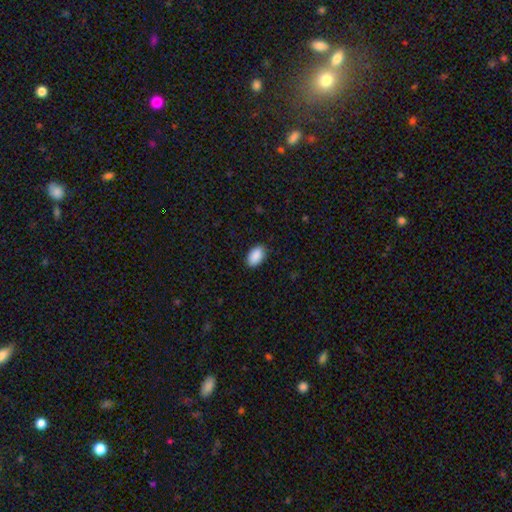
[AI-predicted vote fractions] A smooth galaxy with no disk features (91%) that is in between round and cigar-shaped (93%).

Vote fractions:
- Smooth or featured? smooth: 91% / star or artifact: 6% / featured or disk: 3%
- How rounded? in between: 93% / round: 5% / cigar-shaped: 1%
- Merging? none: 87% / minor disturbance: 10% / major disturbance: 2% / merger: 1%